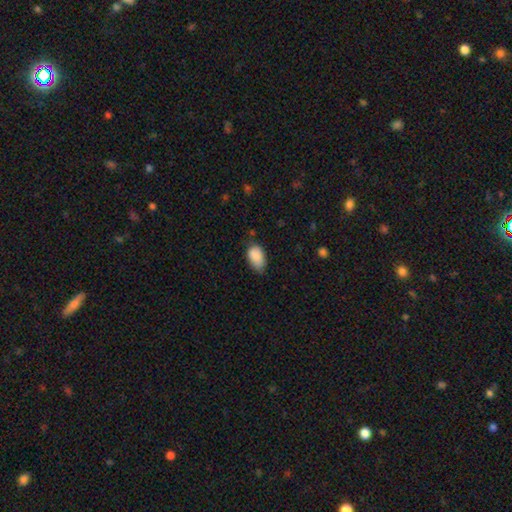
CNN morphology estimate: type=smooth (88%); roundness=in between (92%); merging=none (56%).